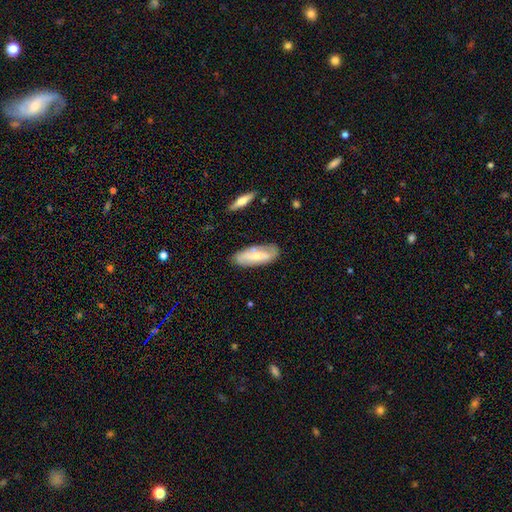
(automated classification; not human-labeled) Smooth or featured? smooth (49%)
Merging? none (73%)